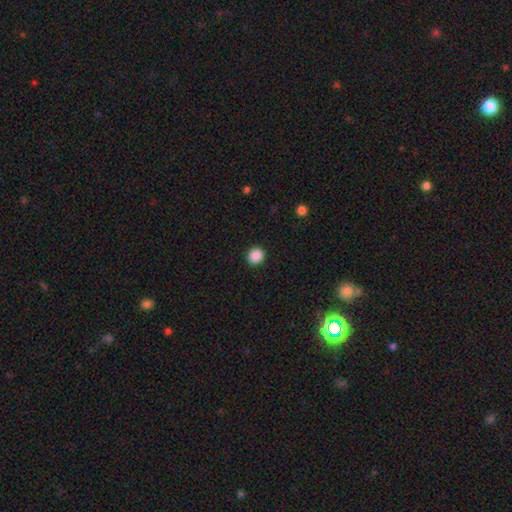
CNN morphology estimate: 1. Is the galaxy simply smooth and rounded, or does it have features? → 89% smooth, 9% star or artifact, 2% featured or disk.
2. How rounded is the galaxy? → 87% round, 12% in between, 1% cigar-shaped.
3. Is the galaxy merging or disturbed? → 92% none, 5% minor disturbance, 2% major disturbance, 1% merger.